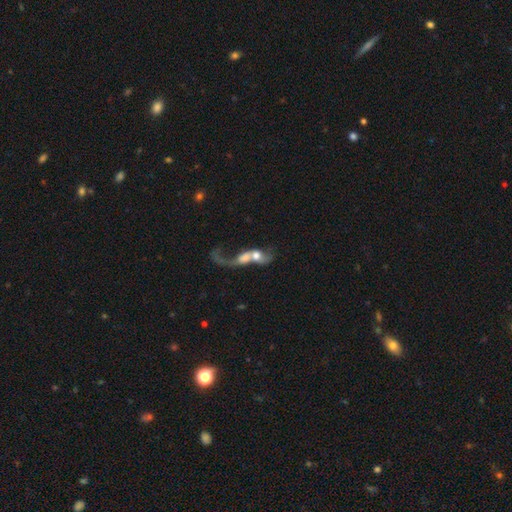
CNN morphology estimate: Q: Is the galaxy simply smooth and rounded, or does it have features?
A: featured or disk — 49%.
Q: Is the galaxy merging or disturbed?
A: merger — 76%.